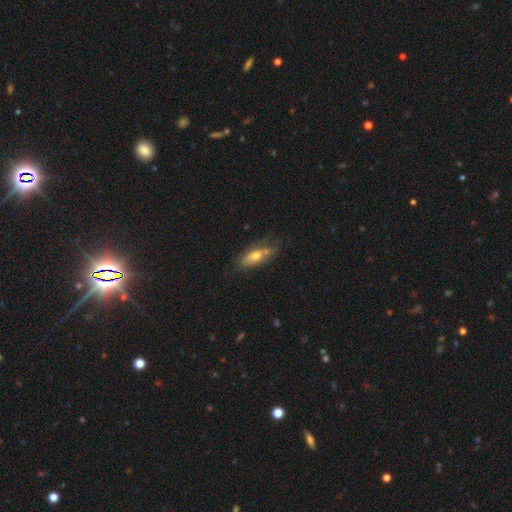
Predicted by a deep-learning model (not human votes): smooth-or-featured: smooth: 56% | featured or disk: 36% | star or artifact: 8%
  how-rounded: in between: 63% | cigar-shaped: 33% | round: 3%
  merging: none: 58% | minor disturbance: 27% | major disturbance: 9% | merger: 7%